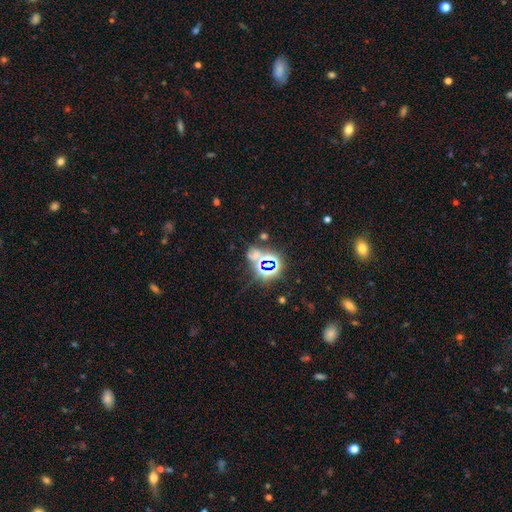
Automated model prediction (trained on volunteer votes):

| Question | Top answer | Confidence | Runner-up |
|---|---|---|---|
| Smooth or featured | star or artifact | 66% | smooth (24%) |